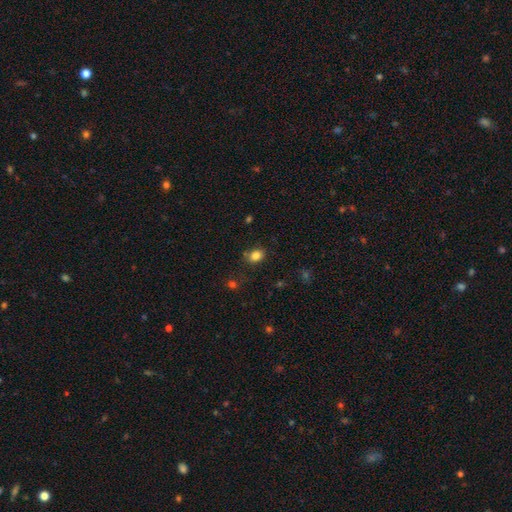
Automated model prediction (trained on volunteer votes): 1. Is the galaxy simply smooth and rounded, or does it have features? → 83% smooth, 11% star or artifact, 6% featured or disk.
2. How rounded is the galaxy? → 57% in between, 42% round, 1% cigar-shaped.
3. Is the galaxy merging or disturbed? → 75% none, 16% minor disturbance, 5% merger, 4% major disturbance.